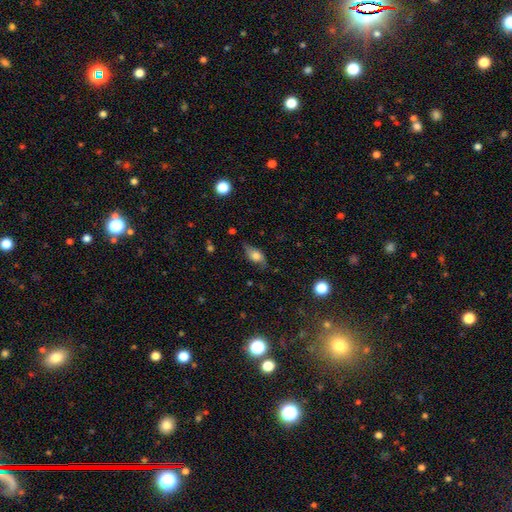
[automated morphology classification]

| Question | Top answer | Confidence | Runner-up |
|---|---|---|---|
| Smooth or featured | smooth | 58% | featured or disk (33%) |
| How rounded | in between | 83% | cigar-shaped (9%) |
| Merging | none | 65% | minor disturbance (26%) |